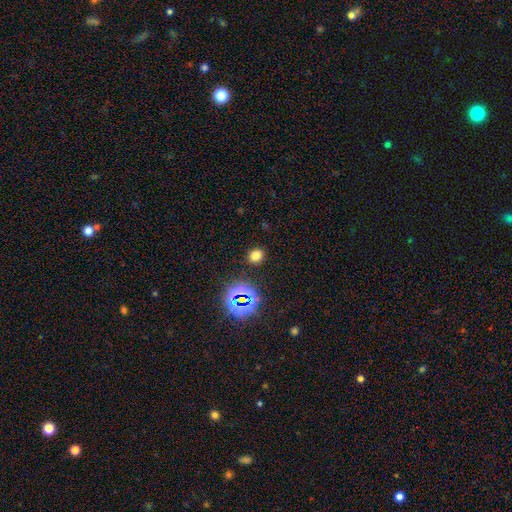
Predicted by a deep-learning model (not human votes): Smooth or featured: smooth — 71% (star or artifact — 23%)
How rounded: round — 67% (in between — 32%)
Merging: none — 87% (minor disturbance — 8%)